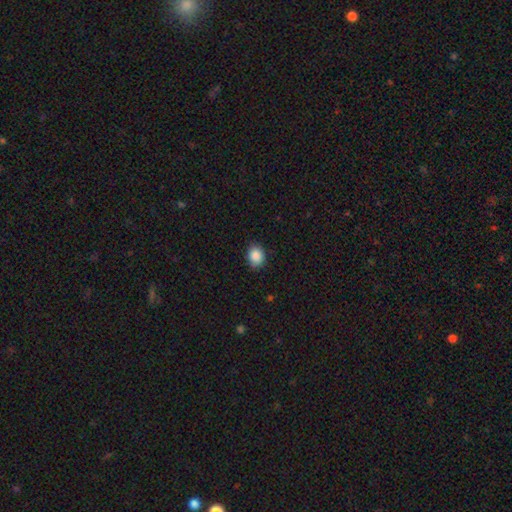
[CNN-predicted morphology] The model was most divided on "how rounded": in between: 50%, round: 49%, cigar-shaped: 1%. More confident: smooth or featured — smooth (88%); merging — none (80%).